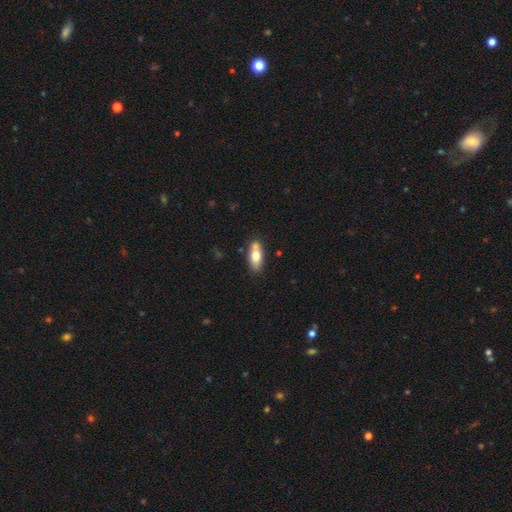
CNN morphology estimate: type=smooth (68%); roundness=in between (73%); merging=none (72%).